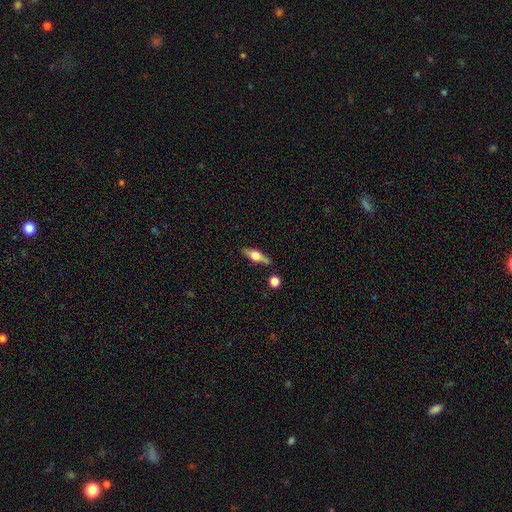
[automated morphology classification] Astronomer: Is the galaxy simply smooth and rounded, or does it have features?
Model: featured or disk — 51% (runner-up: smooth, 42%).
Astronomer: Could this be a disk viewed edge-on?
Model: yes — 91%.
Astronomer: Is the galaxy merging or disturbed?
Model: none — 76%.